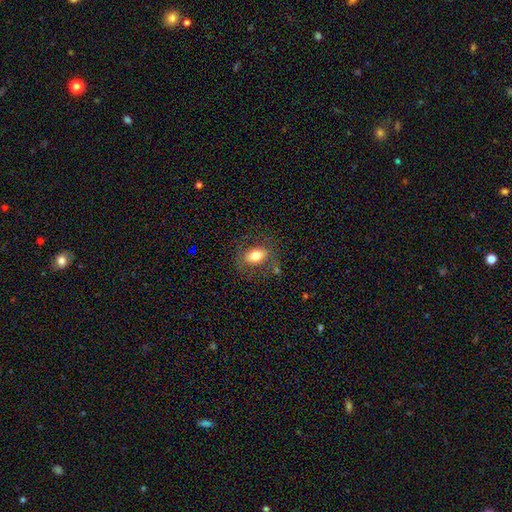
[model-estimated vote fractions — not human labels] The model was most divided on "smooth or featured": smooth: 74%, featured or disk: 18%, star or artifact: 9%. More confident: how rounded — in between (84%); merging — none (75%).